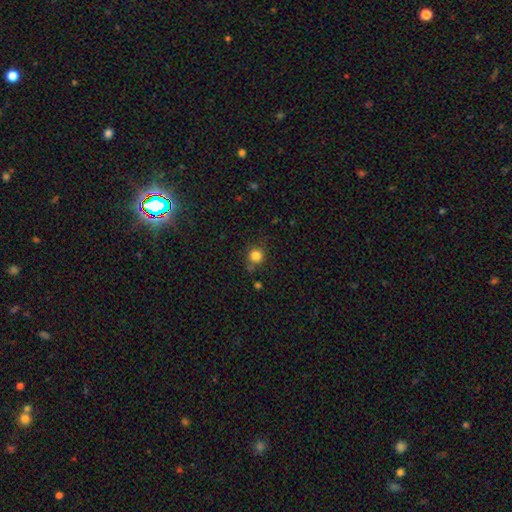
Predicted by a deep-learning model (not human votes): A smooth galaxy with no disk features (83%) that is round (92%).

Vote fractions:
- Smooth or featured? smooth: 83% / star or artifact: 12% / featured or disk: 5%
- How rounded? round: 92% / in between: 7% / cigar-shaped: 1%
- Merging? none: 75% / minor disturbance: 14% / merger: 7% / major disturbance: 5%